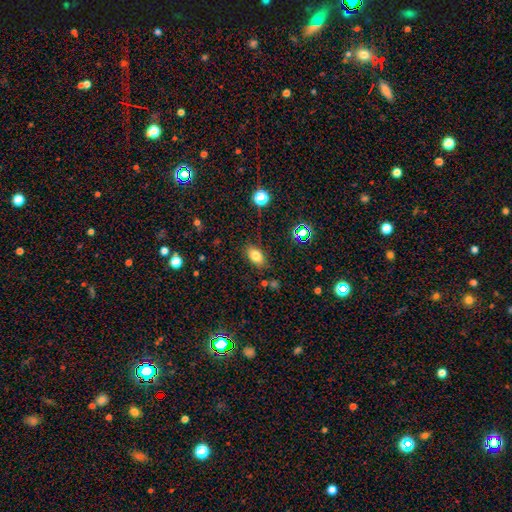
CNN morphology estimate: smooth-or-featured: smooth: 79% | star or artifact: 12% | featured or disk: 9%
  how-rounded: in between: 86% | round: 11% | cigar-shaped: 3%
  merging: none: 82% | minor disturbance: 12% | major disturbance: 3% | merger: 3%